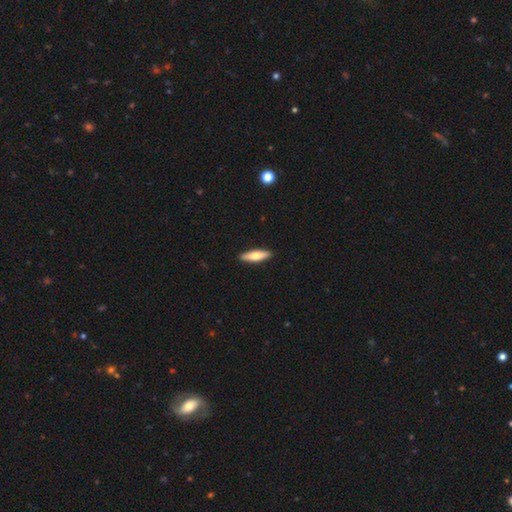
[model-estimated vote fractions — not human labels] This is likely a smooth galaxy (64%). How rounded: likely cigar-shaped (64%). Merging: clearly none (92%).